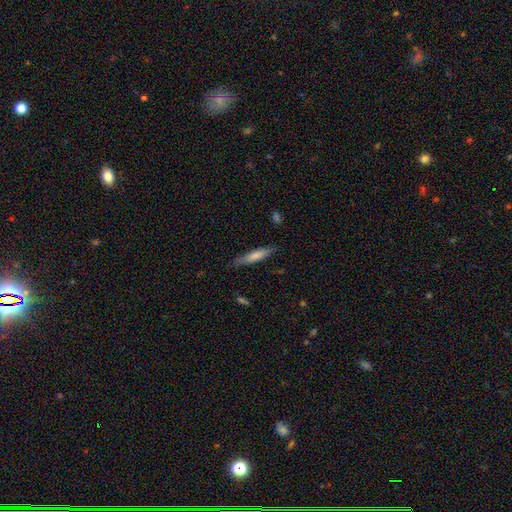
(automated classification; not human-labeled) Smooth or featured: smooth — 70% (featured or disk — 24%)
How rounded: cigar-shaped — 86% (in between — 13%)
Merging: none — 83% (minor disturbance — 13%)